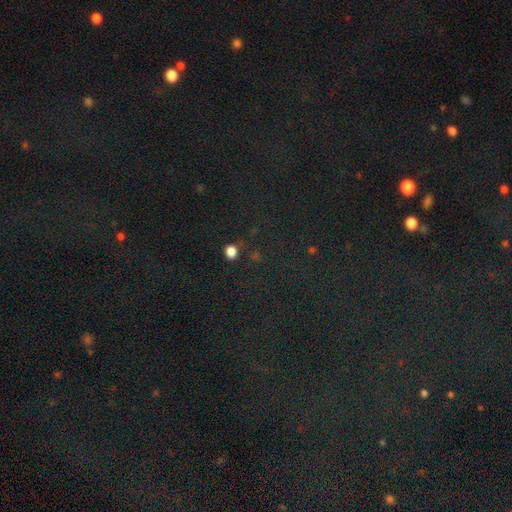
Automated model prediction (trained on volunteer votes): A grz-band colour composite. It shows a star or artifact, not a galaxy (81%).